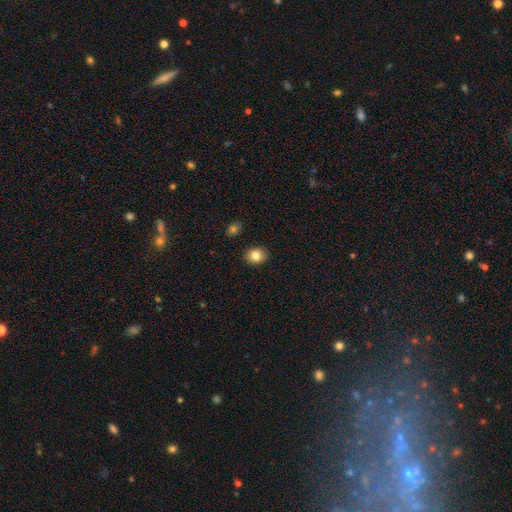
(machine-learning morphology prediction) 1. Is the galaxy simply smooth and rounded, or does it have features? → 84% smooth, 9% star or artifact, 7% featured or disk.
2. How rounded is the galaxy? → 57% round, 42% in between, 1% cigar-shaped.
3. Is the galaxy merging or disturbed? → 90% none, 7% minor disturbance, 2% major disturbance, 2% merger.